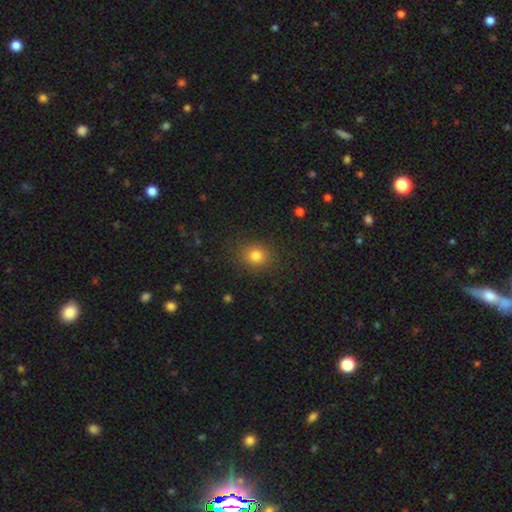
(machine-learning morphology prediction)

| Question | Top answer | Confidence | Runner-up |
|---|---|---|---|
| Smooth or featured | smooth | 82% | star or artifact (13%) |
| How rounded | round | 77% | in between (23%) |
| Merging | none | 88% | minor disturbance (8%) |